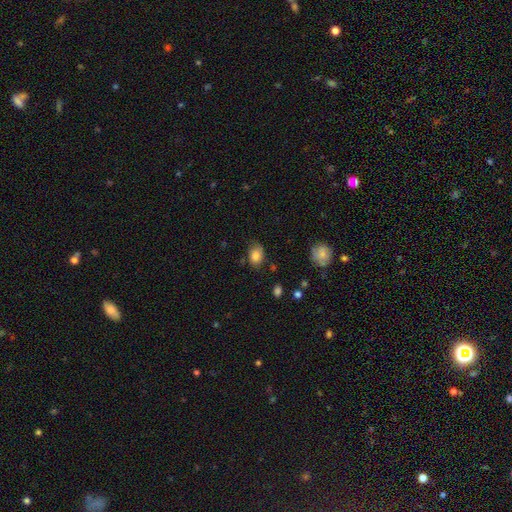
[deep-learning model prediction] A smooth galaxy with no disk features (80%) that is in between round and cigar-shaped (72%).

Vote fractions:
- Smooth or featured? smooth: 80% / featured or disk: 11% / star or artifact: 9%
- How rounded? in between: 72% / round: 27% / cigar-shaped: 1%
- Merging? none: 62% / minor disturbance: 27% / major disturbance: 8% / merger: 2%